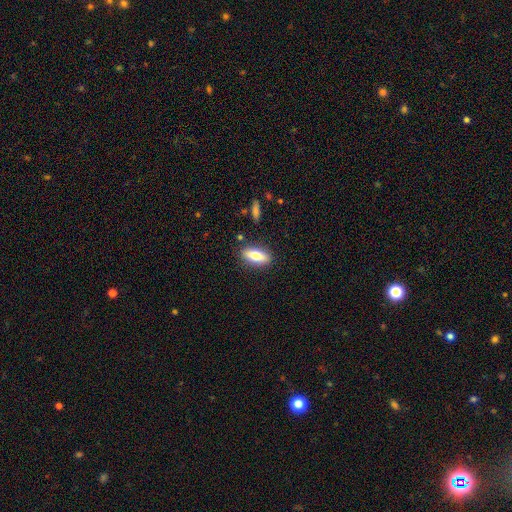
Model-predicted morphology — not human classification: smooth-or-featured: smooth: 70% | featured or disk: 23% | star or artifact: 7%
  how-rounded: in between: 75% | cigar-shaped: 22% | round: 3%
  merging: none: 85% | minor disturbance: 10% | major disturbance: 3% | merger: 2%